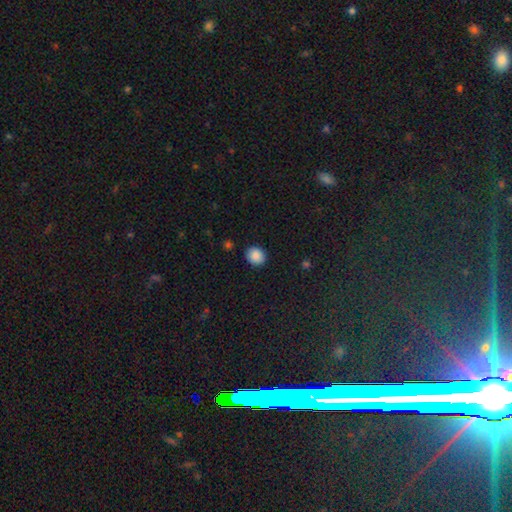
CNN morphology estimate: This is clearly a smooth galaxy (88%). How rounded: likely round (70%). Merging: clearly none (90%).